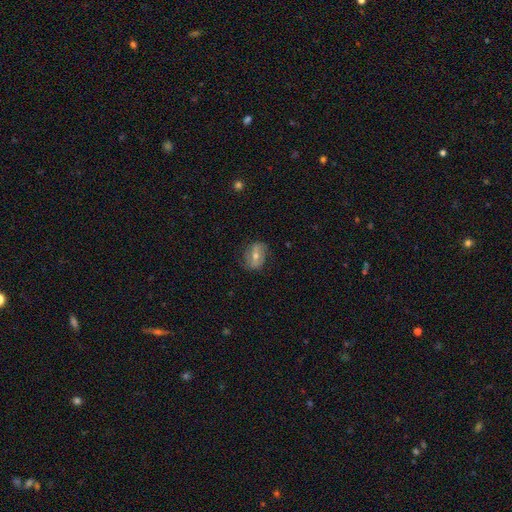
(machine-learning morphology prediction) type=featured or disk (58%); edge-on=no (94%); bar=no (38%, tied with weak); spiral arms=yes (75%); bulge=moderate (59%); merging=none (78%).